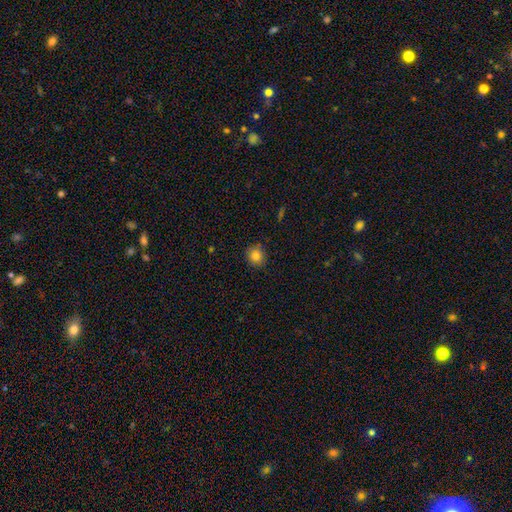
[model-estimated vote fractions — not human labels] smooth-or-featured: smooth: 84% | star or artifact: 11% | featured or disk: 5%
  how-rounded: round: 83% | in between: 16% | cigar-shaped: 1%
  merging: none: 86% | minor disturbance: 10% | major disturbance: 2% | merger: 1%